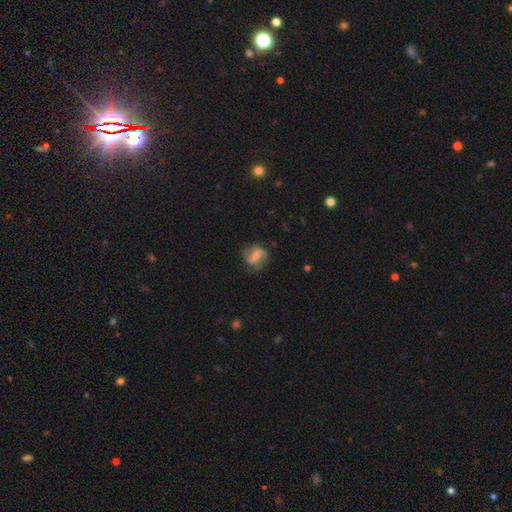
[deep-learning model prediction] This appears to be a featured or disk galaxy (74%) with a weak bar (46%), 2 (83%) loose (51%) spiral arms (93%) and a small central bulge (45%). Merging: none (72%).